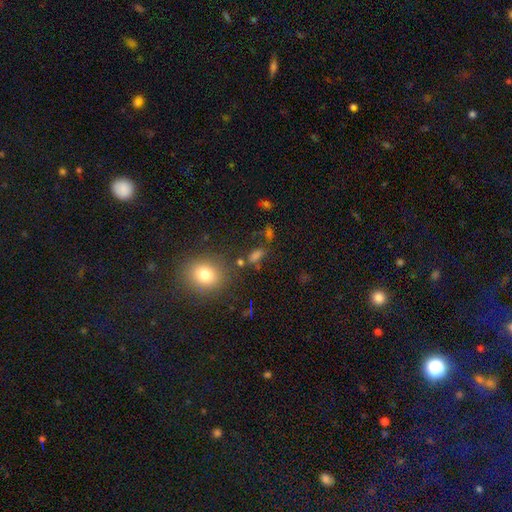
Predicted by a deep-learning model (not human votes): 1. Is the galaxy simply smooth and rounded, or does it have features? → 66% smooth, 23% star or artifact, 10% featured or disk.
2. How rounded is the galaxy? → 68% in between, 22% round, 10% cigar-shaped.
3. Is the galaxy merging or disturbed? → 72% none, 12% minor disturbance, 10% merger, 6% major disturbance.